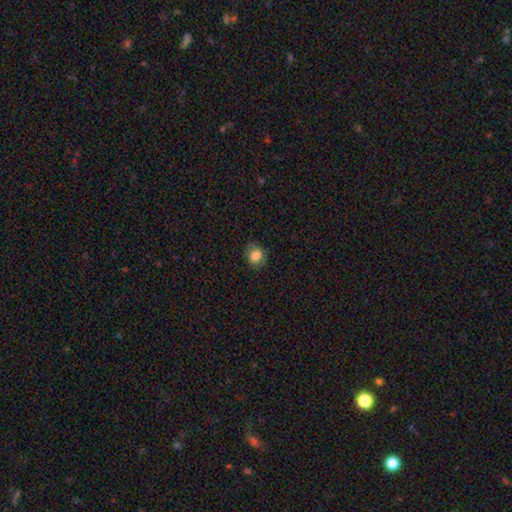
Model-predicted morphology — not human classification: Q: Smooth or featured?
A: smooth (80%); runner-up: featured or disk (11%)
Q: How rounded?
A: round (57%); runner-up: in between (42%)
Q: Merging?
A: none (81%); runner-up: minor disturbance (15%)